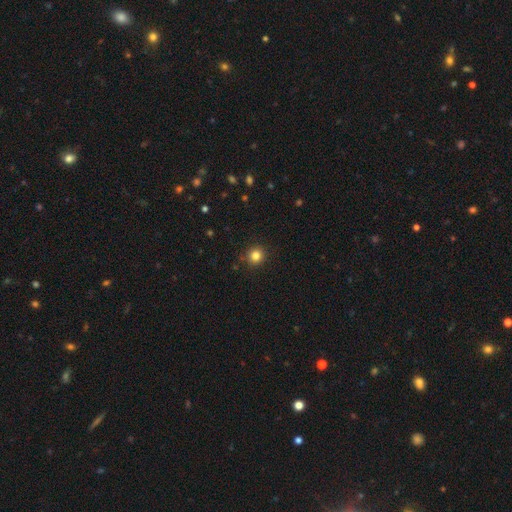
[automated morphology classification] smooth_or_featured: smooth (p=0.83) [alt: star or artifact p=0.13]
how_rounded: round (p=0.93) [alt: in between p=0.06]
merging: none (p=0.90) [alt: minor disturbance p=0.07]